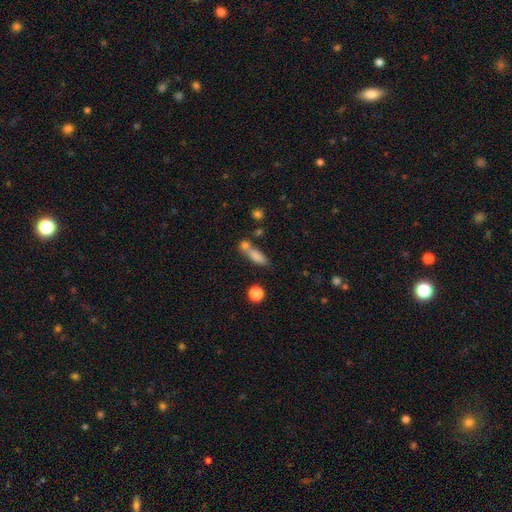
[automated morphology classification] This is likely a smooth galaxy (79%). How rounded: possibly in between (53%). Merging: possibly none (47%).